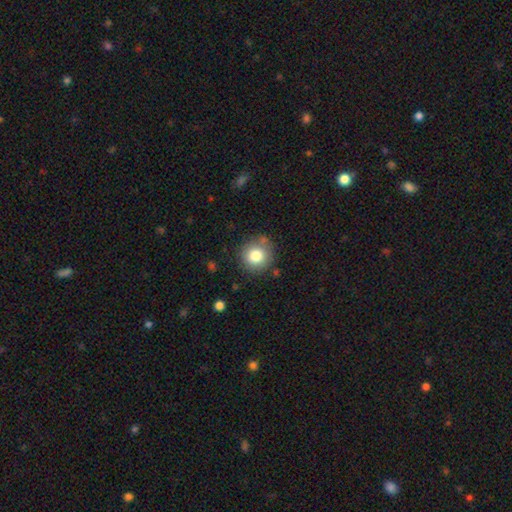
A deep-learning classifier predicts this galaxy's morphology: smooth-or-featured: smooth: 80% | star or artifact: 11% | featured or disk: 9%
  how-rounded: round: 93% | in between: 6% | cigar-shaped: 1%
  merging: none: 82% | minor disturbance: 11% | major disturbance: 3% | merger: 3%